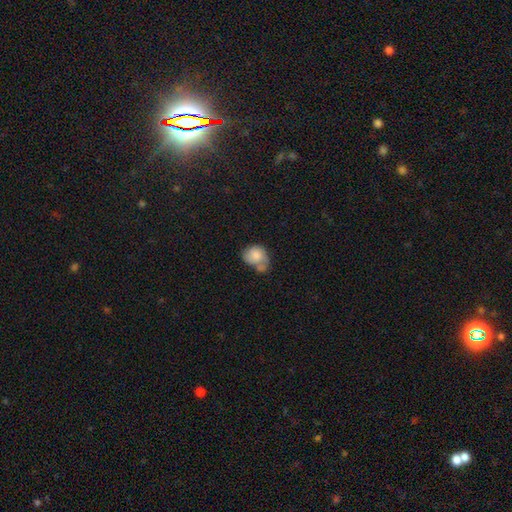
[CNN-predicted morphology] A smooth galaxy with no disk features (75%) that is round (57%). Merging: merger (35%).